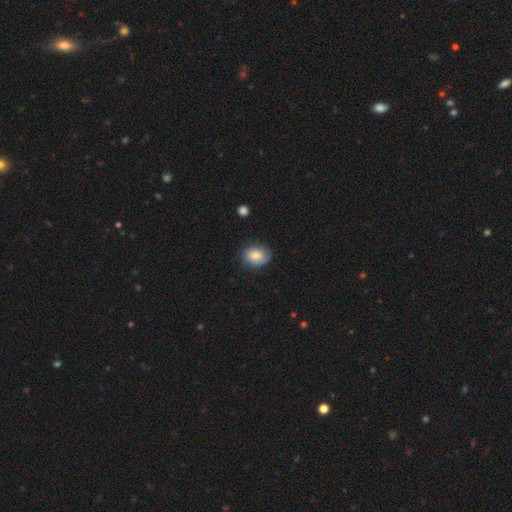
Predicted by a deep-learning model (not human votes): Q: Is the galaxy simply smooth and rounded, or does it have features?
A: smooth — 70%.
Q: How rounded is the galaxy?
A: in between — 56%.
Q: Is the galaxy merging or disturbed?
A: none — 73%.